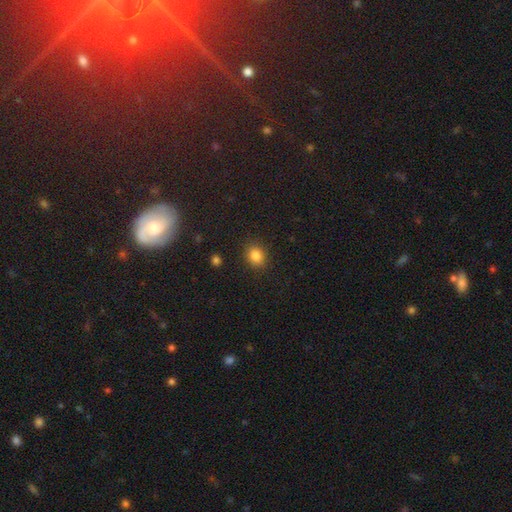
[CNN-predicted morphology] Smooth or featured?
  - smooth: 84% *
  - star or artifact: 11%
  - featured or disk: 5%
How rounded?
  - round: 65% *
  - in between: 34%
  - cigar-shaped: 1%
Merging?
  - none: 88% *
  - minor disturbance: 8%
  - major disturbance: 3%
  - merger: 1%